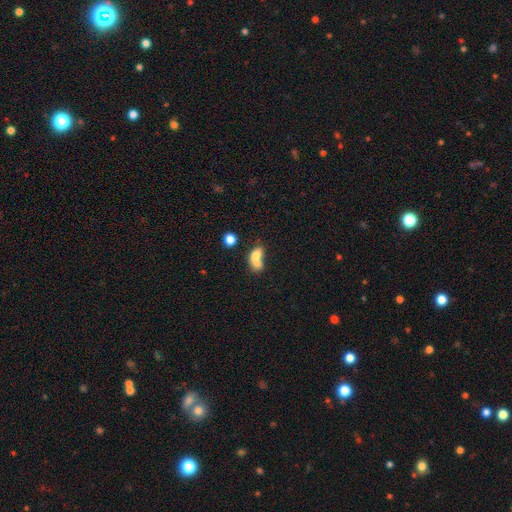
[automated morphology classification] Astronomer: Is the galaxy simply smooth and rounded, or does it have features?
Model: smooth — 70%.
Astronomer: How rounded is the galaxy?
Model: in between — 71%.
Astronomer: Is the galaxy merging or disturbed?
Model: merger — 64%.